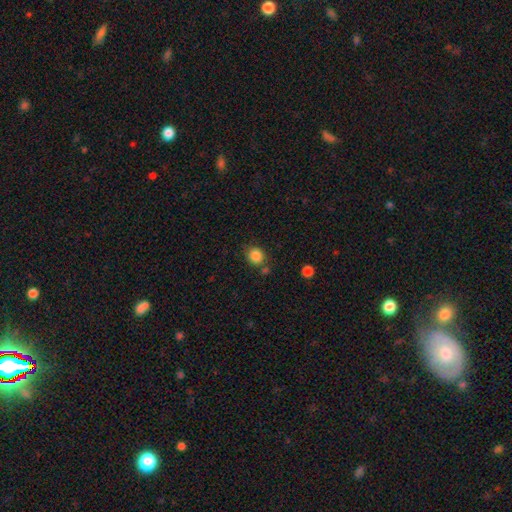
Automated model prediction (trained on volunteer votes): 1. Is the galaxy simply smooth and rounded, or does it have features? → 86% smooth, 10% star or artifact, 4% featured or disk.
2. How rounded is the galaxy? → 79% round, 20% in between, 1% cigar-shaped.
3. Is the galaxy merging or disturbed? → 76% none, 12% minor disturbance, 8% merger, 4% major disturbance.